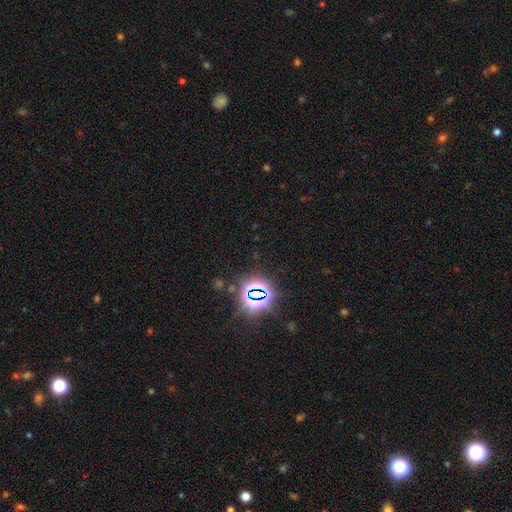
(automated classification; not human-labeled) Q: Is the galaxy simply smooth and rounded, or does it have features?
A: star or artifact — 80%.